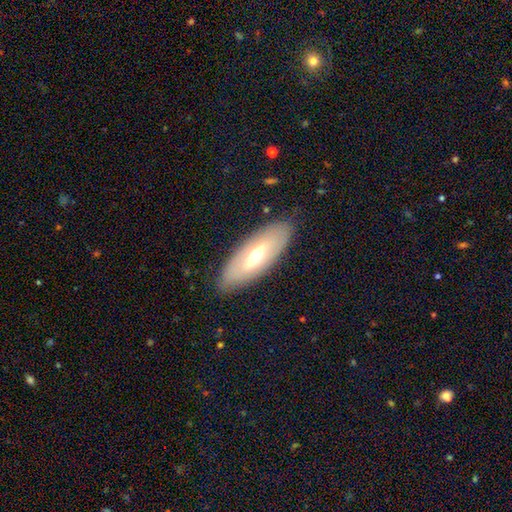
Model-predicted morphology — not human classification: Smooth or featured? Predicted: featured or disk (p=0.52). Edge-on disk? Predicted: no (p=0.73). Merging? Predicted: none (p=0.84).